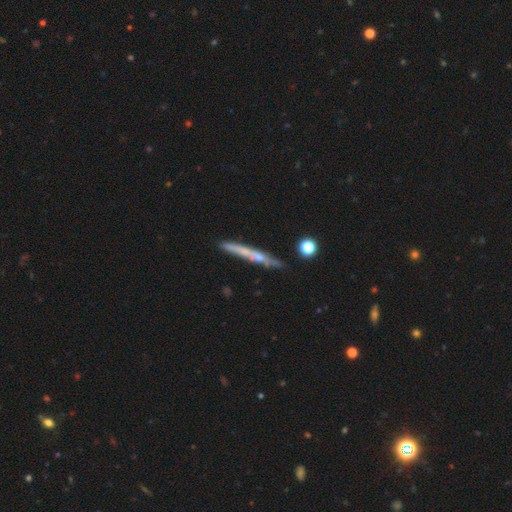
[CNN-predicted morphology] A featured or disk galaxy (53%) viewed edge-on (93%). Merging: none (79%).